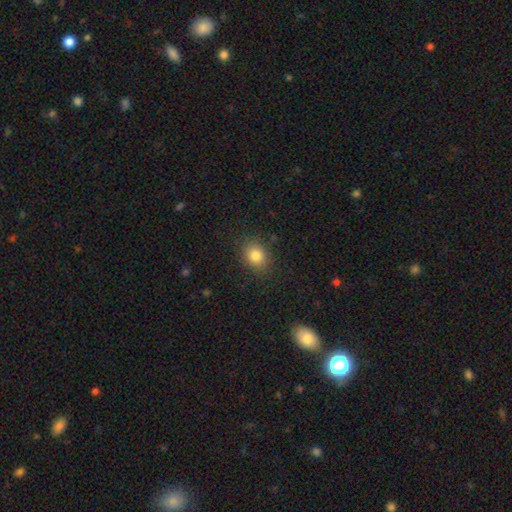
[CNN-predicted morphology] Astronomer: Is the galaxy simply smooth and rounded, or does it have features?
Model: smooth — 82%.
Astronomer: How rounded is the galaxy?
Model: round — 54% (runner-up: in between, 45%).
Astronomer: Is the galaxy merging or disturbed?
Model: none — 85%.